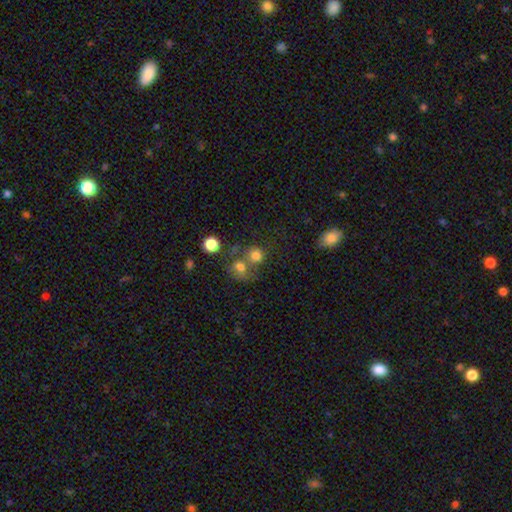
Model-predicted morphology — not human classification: smooth-or-featured: smooth: 75% | star or artifact: 15% | featured or disk: 10%
  how-rounded: round: 83% | in between: 16% | cigar-shaped: 1%
  merging: none: 48% | merger: 38% | minor disturbance: 9% | major disturbance: 5%